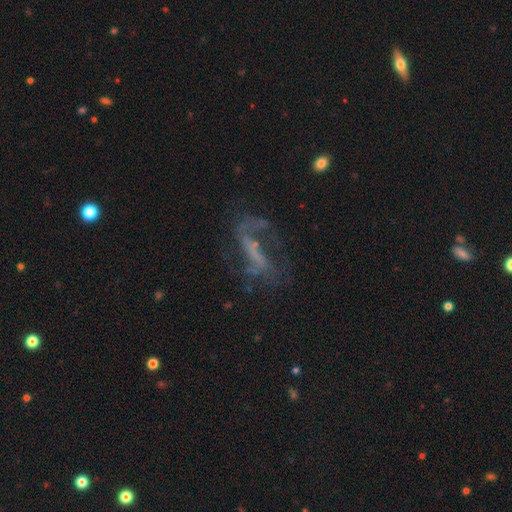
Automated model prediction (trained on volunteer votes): The model was most divided on "bar": strong: 38%, weak: 31%, no: 31%. Remaining: edge-on disk — no (89%); spiral arms — yes (71%); smooth or featured — featured or disk (68%); bulge size — none (61%); merging — none (46%).